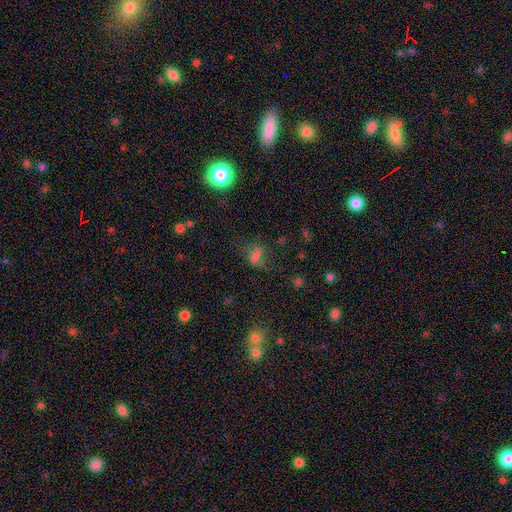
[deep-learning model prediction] Overall: smooth (56%; star or artifact 25%). How rounded: in between (66%; round 31%). Merging: none (53%; minor disturbance 23%).